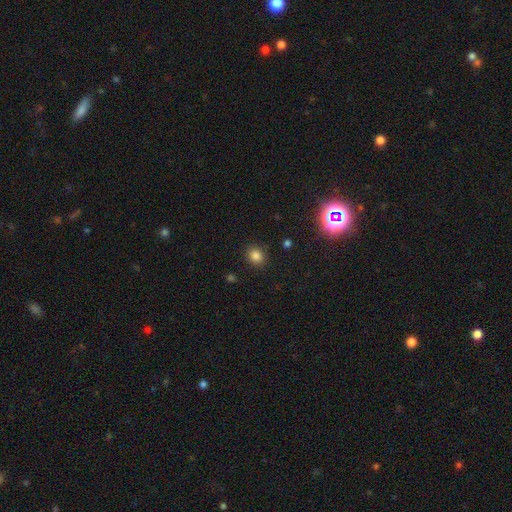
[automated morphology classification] Smooth or featured? smooth (82%)
How rounded? round (72%)
Merging? none (89%)